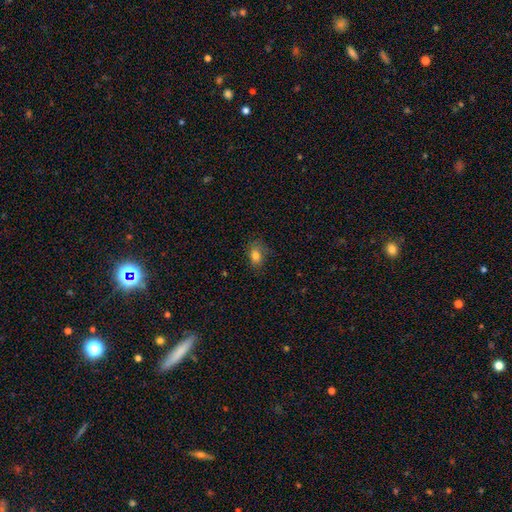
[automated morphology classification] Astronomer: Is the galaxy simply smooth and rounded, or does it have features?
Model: smooth — 80%.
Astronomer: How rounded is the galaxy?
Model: in between — 67%.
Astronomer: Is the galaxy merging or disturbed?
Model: none — 72%.